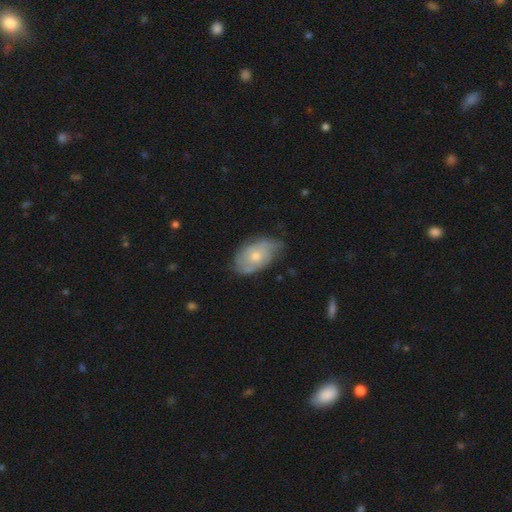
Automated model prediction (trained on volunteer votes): The model was most divided on "smooth or featured": featured or disk: 53%, smooth: 41%, star or artifact: 6%. More confident: edge-on disk — no (93%); merging — none (59%).